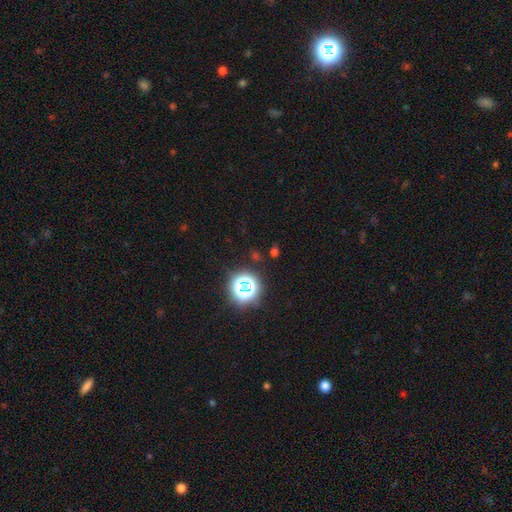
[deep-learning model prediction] Smooth or featured? Predicted: star or artifact (p=0.75).